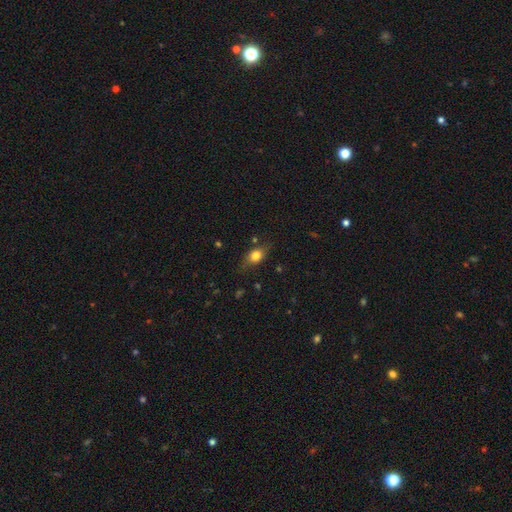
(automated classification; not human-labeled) smooth 77%, featured or disk 14%, star or artifact 9%. Down the decision tree: how rounded — in between (67%); merging — none (73%).